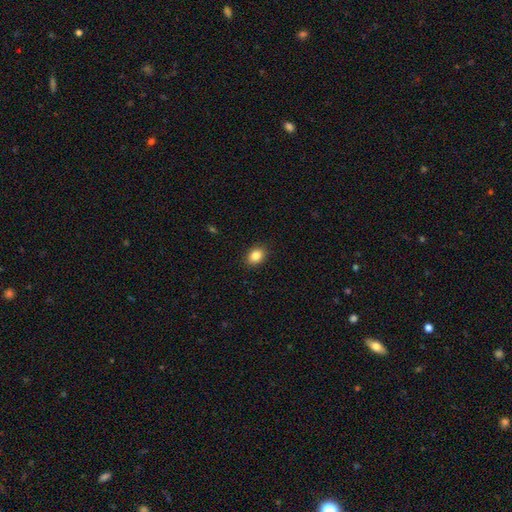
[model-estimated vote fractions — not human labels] Smooth or featured? Predicted: smooth (p=0.85). How rounded? Predicted: in between (p=0.64). Merging? Predicted: none (p=0.90).